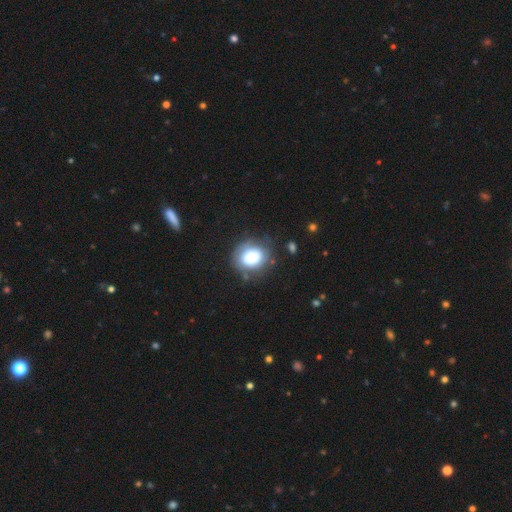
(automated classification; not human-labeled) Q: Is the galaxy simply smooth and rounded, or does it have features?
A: smooth — 67%.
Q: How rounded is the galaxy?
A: round — 69%.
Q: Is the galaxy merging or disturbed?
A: none — 66%.